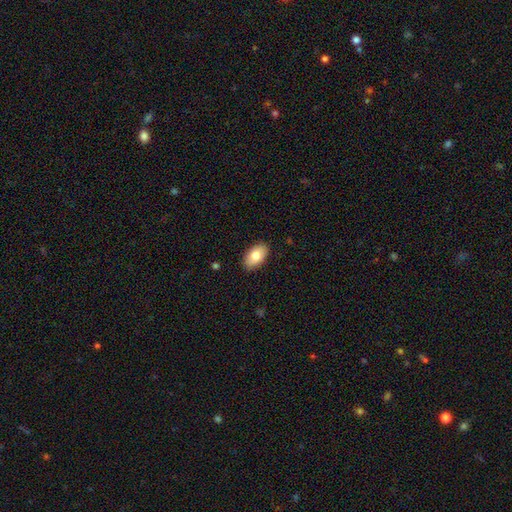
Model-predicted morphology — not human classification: A smooth galaxy with no disk features (80%) that is in between round and cigar-shaped (94%). Merging: none (88%).